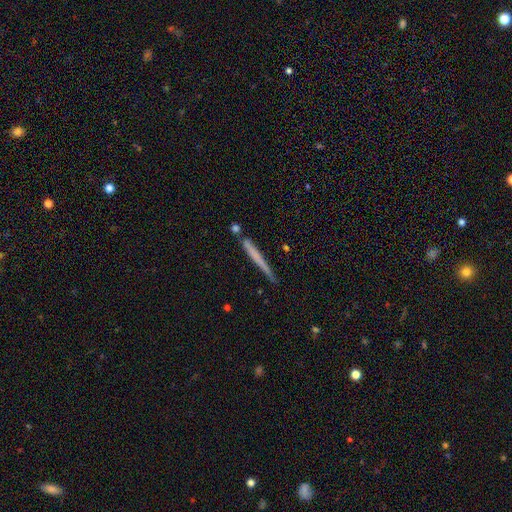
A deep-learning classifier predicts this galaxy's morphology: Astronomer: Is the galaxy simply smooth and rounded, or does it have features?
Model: smooth — 56% (runner-up: featured or disk, 37%).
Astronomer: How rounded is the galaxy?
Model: cigar-shaped — 97%.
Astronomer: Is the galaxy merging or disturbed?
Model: none — 76%.